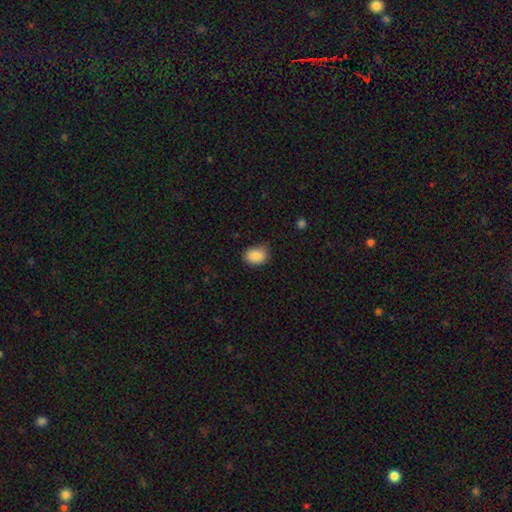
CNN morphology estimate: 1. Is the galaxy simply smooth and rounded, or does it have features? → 88% smooth, 8% star or artifact, 4% featured or disk.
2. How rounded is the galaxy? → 67% in between, 33% round, 1% cigar-shaped.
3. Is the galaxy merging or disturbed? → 73% none, 22% minor disturbance, 4% major disturbance, 1% merger.